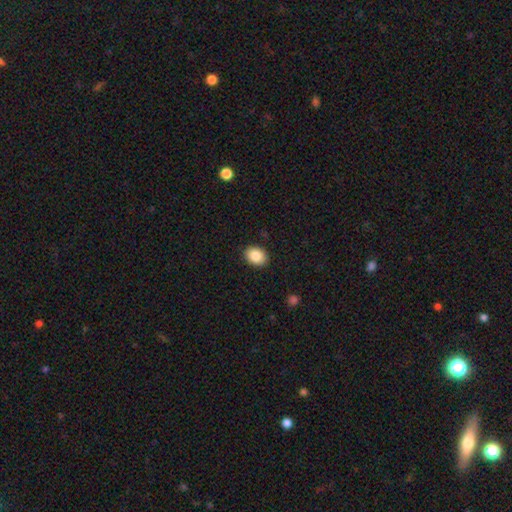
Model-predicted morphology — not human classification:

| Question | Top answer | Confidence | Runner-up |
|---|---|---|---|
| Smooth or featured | smooth | 87% | star or artifact (7%) |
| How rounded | in between | 67% | round (32%) |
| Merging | none | 90% | minor disturbance (7%) |